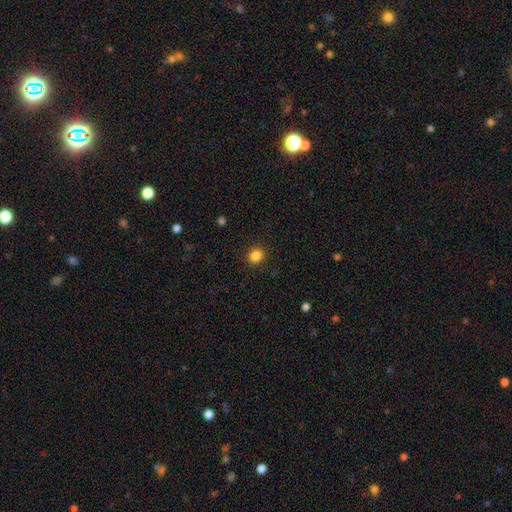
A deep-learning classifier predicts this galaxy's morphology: type=smooth (85%); roundness=round (83%); merging=none (91%).